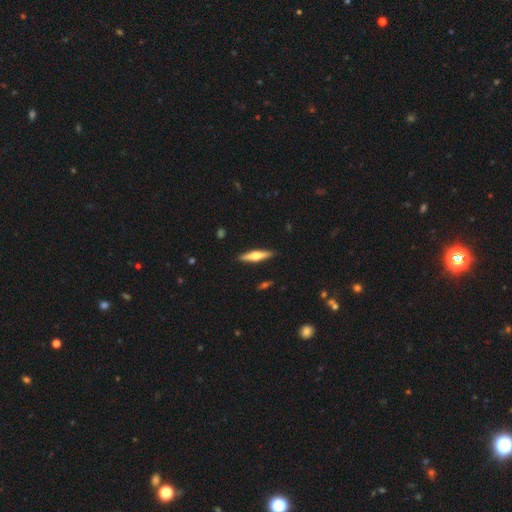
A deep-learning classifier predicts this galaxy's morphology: Overall: featured or disk (50%; smooth 45%). Merging: none (90%).